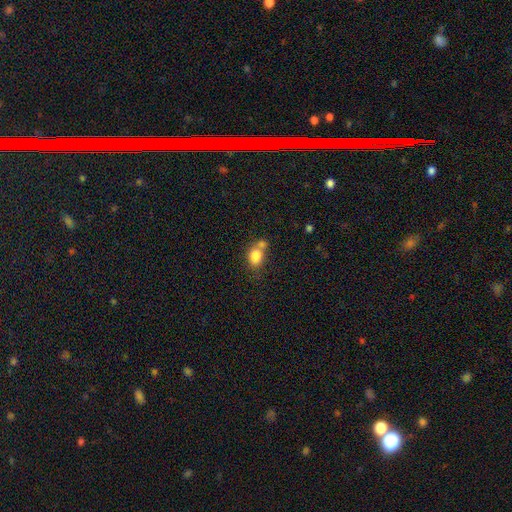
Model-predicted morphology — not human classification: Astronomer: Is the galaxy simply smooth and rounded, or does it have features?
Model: smooth — 81%.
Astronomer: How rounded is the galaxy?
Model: in between — 72%.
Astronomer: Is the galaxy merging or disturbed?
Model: merger — 42% (runner-up: none, 38%).